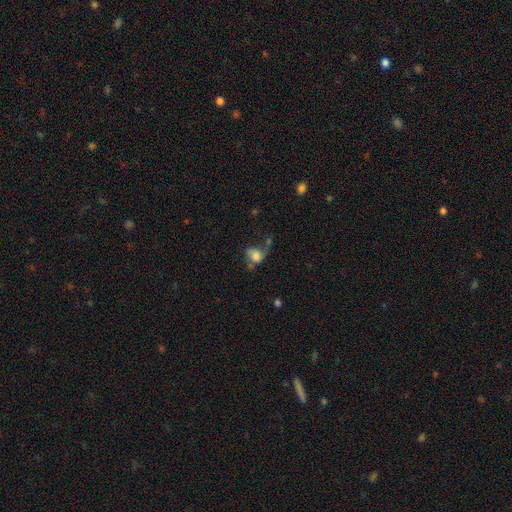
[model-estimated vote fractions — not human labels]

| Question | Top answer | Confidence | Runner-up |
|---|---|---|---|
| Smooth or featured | smooth | 59% | featured or disk (29%) |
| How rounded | in between | 52% | round (47%) |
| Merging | none | 30% | major disturbance (29%) |